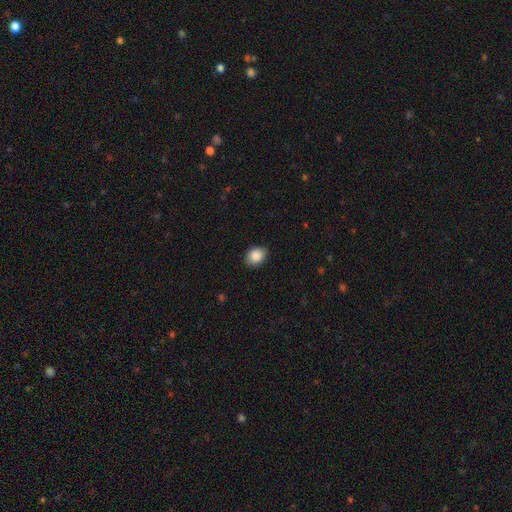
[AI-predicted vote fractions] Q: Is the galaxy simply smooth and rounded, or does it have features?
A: smooth — 89%.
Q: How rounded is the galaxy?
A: in between — 67%.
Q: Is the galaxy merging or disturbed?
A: none — 85%.